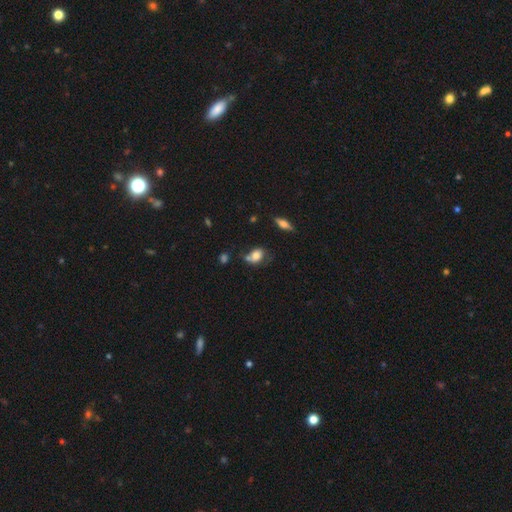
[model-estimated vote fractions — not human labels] Q: Smooth or featured?
A: smooth (70%); runner-up: featured or disk (20%)
Q: How rounded?
A: in between (70%); runner-up: round (28%)
Q: Merging?
A: none (41%); runner-up: minor disturbance (28%)